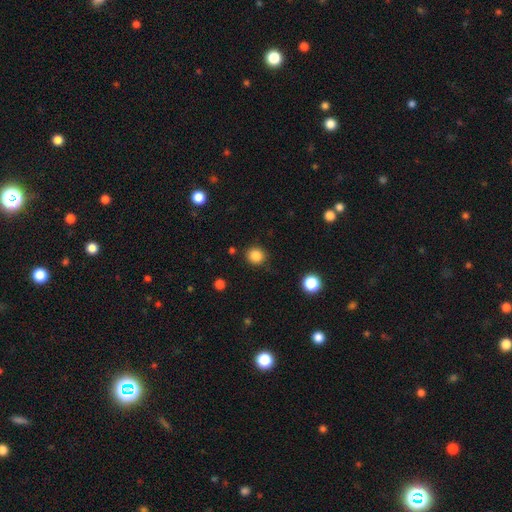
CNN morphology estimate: Smooth or featured: smooth — 85% (star or artifact — 11%)
How rounded: round — 89% (in between — 10%)
Merging: none — 87% (minor disturbance — 8%)